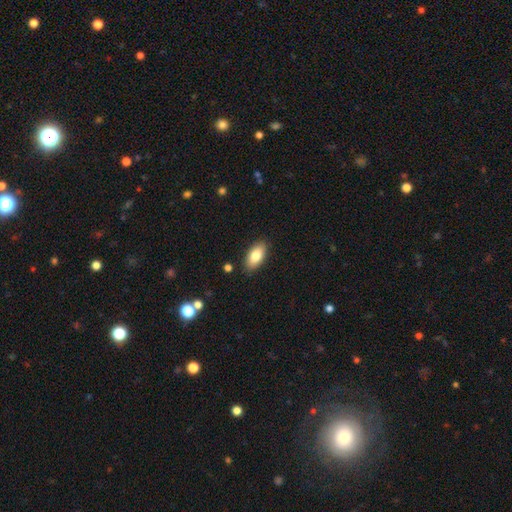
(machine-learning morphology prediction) This is clearly a smooth galaxy (83%). How rounded: clearly in between (93%). Merging: clearly none (87%).